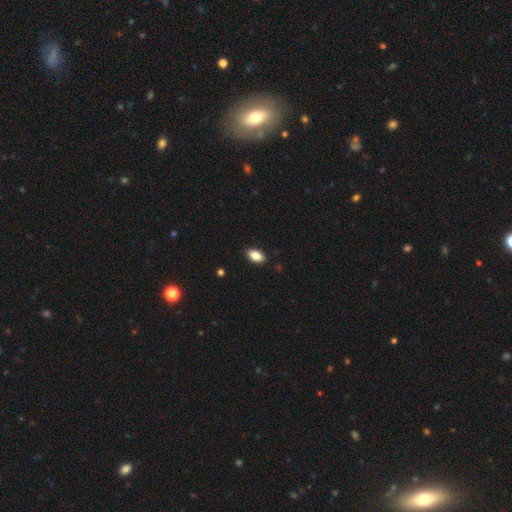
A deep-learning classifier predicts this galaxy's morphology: smooth-or-featured: smooth: 86% | star or artifact: 8% | featured or disk: 7%
  how-rounded: in between: 92% | round: 5% | cigar-shaped: 3%
  merging: none: 88% | minor disturbance: 9% | major disturbance: 2% | merger: 1%